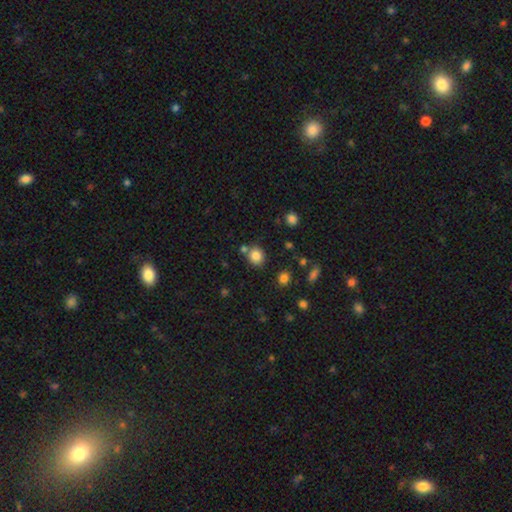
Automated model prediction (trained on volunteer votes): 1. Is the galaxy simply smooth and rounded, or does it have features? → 83% smooth, 11% star or artifact, 6% featured or disk.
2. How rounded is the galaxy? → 76% round, 23% in between, 1% cigar-shaped.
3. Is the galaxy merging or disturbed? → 72% none, 14% merger, 11% minor disturbance, 3% major disturbance.